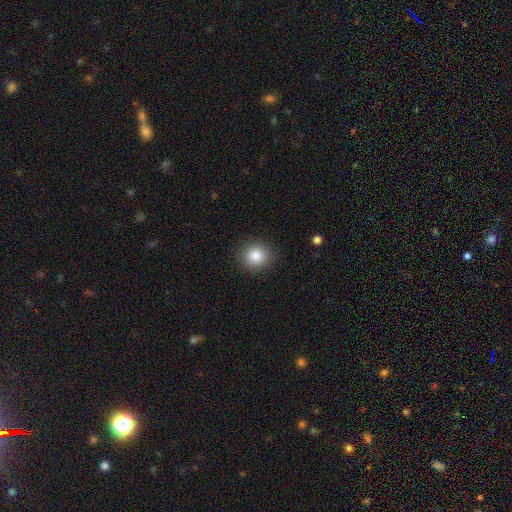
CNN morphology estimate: Smooth or featured? smooth (84%)
How rounded? round (87%)
Merging? none (90%)